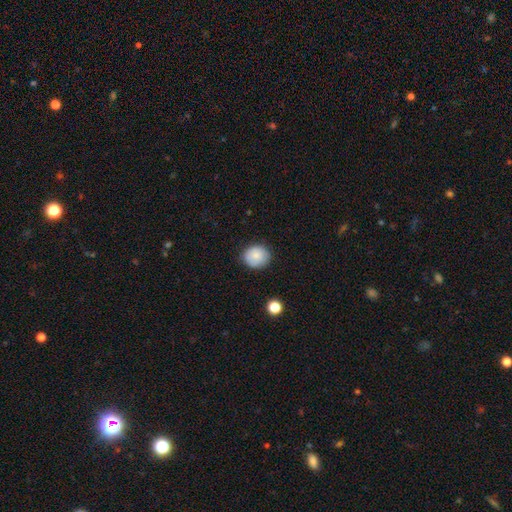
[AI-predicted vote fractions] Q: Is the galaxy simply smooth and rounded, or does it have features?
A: smooth — 84%.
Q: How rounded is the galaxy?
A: round — 79%.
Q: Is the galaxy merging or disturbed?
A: none — 84%.